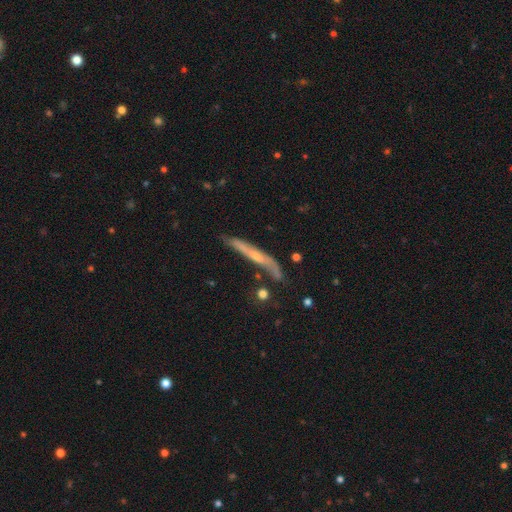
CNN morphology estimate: type=featured or disk (64%); edge-on=yes (85%); edge-on bulge=rounded (55%); merging=none (66%).